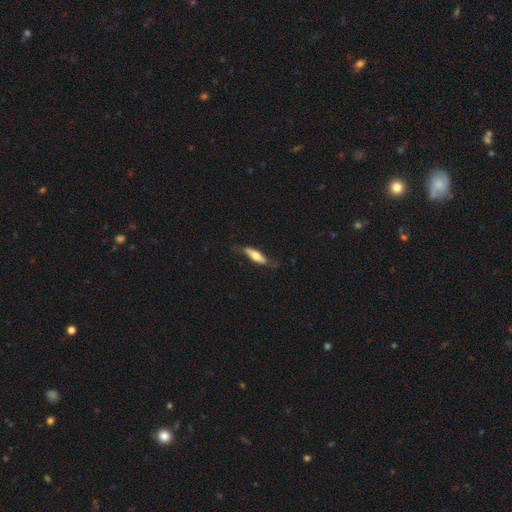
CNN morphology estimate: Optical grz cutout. It shows a smooth galaxy with no disk features (57%) that is cigar-shaped (59%). Merging: none (68%).